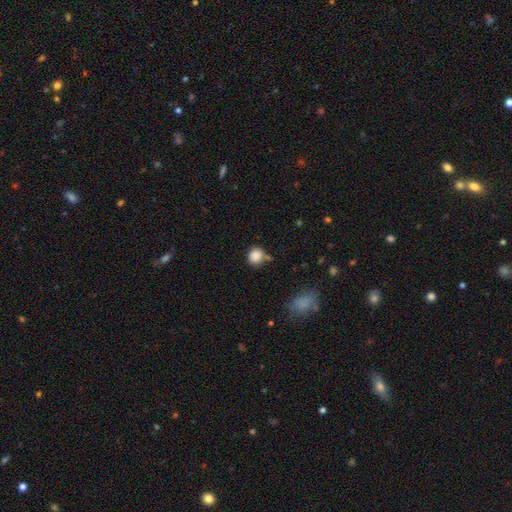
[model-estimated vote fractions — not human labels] smooth_or_featured: smooth (p=0.86) [alt: star or artifact p=0.09]
how_rounded: round (p=0.78) [alt: in between p=0.21]
merging: none (p=0.65) [alt: minor disturbance p=0.19]